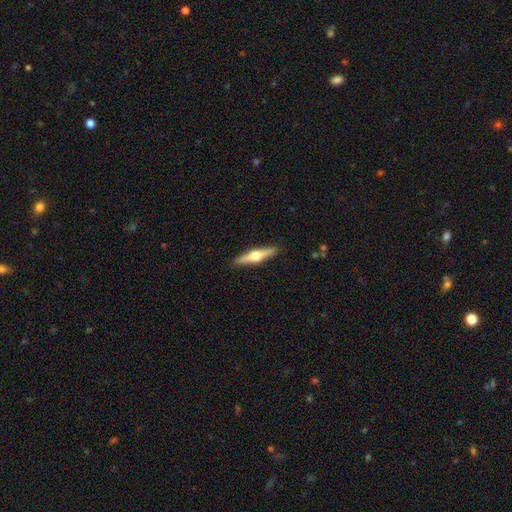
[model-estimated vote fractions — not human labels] Smooth or featured? featured or disk (65%)
Edge-on disk? yes (97%)
Edge-on bulge? rounded (96%)
Merging? none (91%)